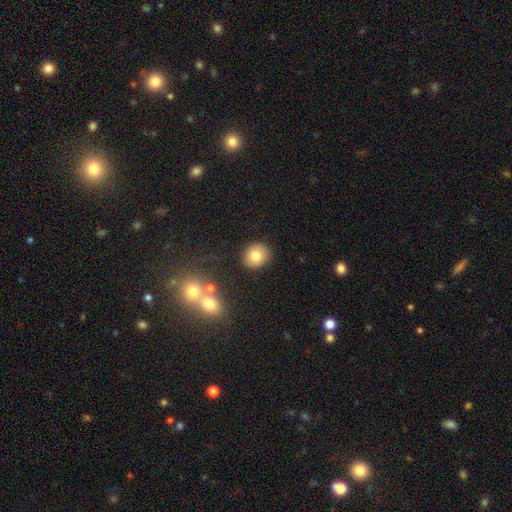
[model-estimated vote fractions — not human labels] A smooth galaxy with no disk features (79%) that is round (76%). Merging: none (88%).